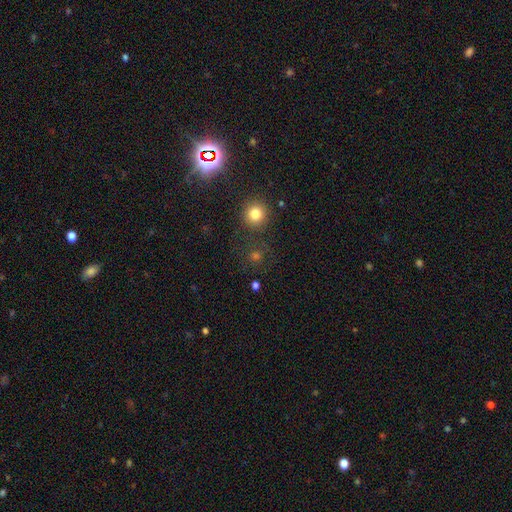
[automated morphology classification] Q: Smooth or featured?
A: star or artifact (46%); runner-up: smooth (44%)